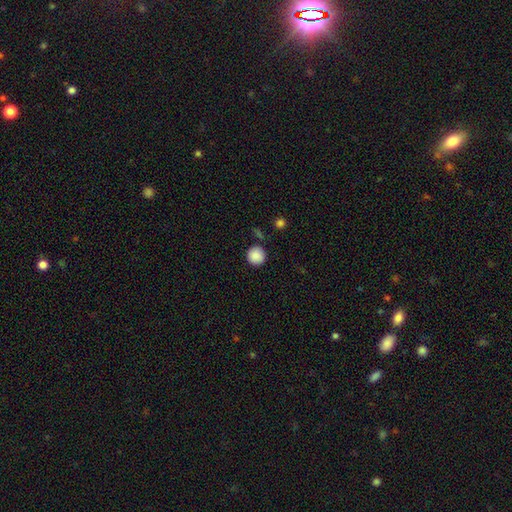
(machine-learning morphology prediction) smooth-or-featured: smooth: 88% | star or artifact: 9% | featured or disk: 3%
  how-rounded: round: 95% | in between: 4% | cigar-shaped: 1%
  merging: none: 88% | minor disturbance: 7% | merger: 3% | major disturbance: 2%